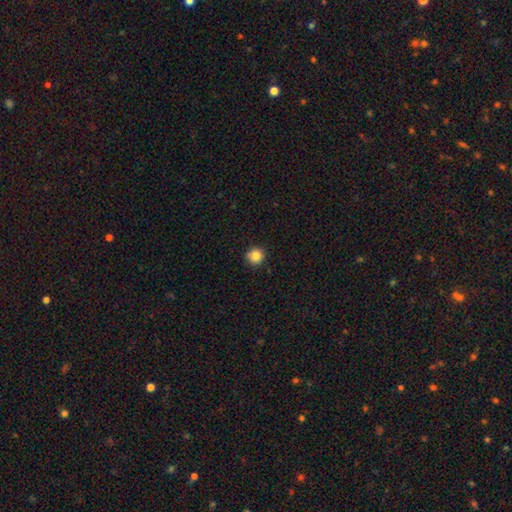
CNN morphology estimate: A smooth galaxy with no disk features (85%) that is round (93%). Merging: none (89%).